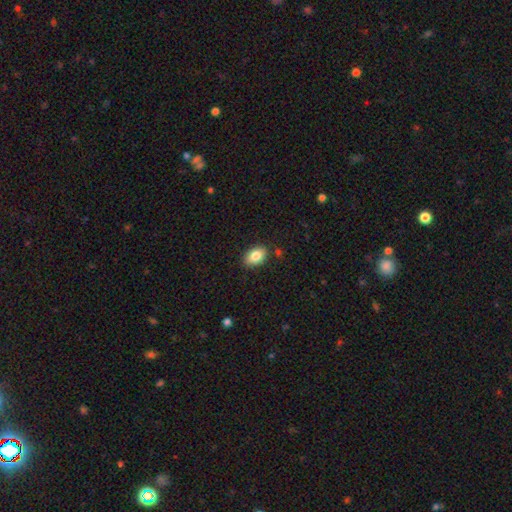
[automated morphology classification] Smooth or featured? smooth (83%)
How rounded? in between (87%)
Merging? none (85%)